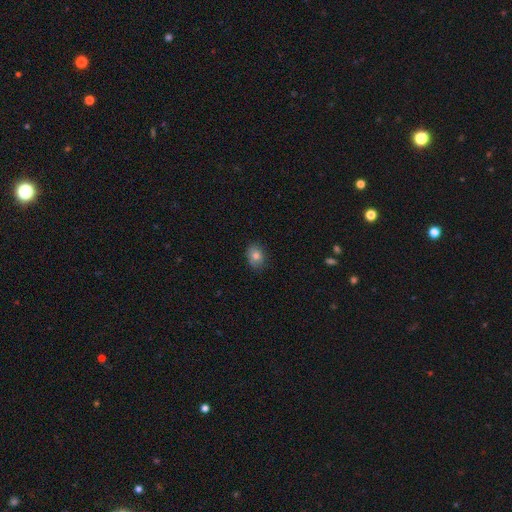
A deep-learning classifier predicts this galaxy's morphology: smooth 81%, featured or disk 10%, star or artifact 10%. Down the decision tree: how rounded — in between (64%); merging — none (82%).